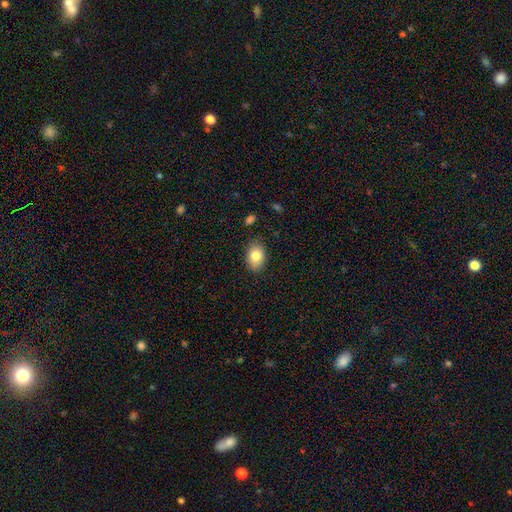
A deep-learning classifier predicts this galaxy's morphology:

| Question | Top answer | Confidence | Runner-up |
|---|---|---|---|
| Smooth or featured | smooth | 81% | featured or disk (11%) |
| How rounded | in between | 81% | round (18%) |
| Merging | none | 85% | minor disturbance (11%) |